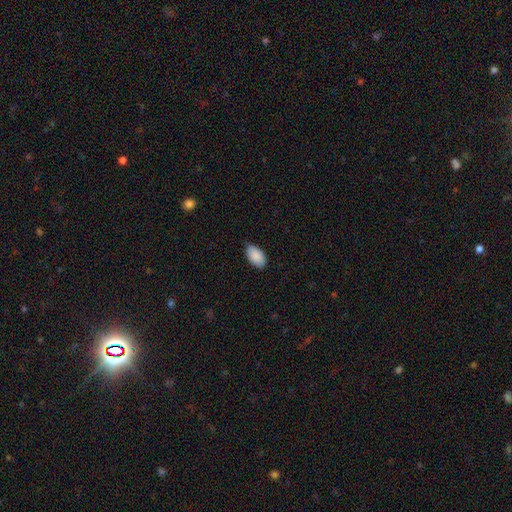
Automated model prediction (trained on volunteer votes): smooth-or-featured: smooth: 90% | star or artifact: 6% | featured or disk: 4%
  how-rounded: in between: 95% | round: 4% | cigar-shaped: 1%
  merging: none: 81% | minor disturbance: 15% | major disturbance: 2% | merger: 1%